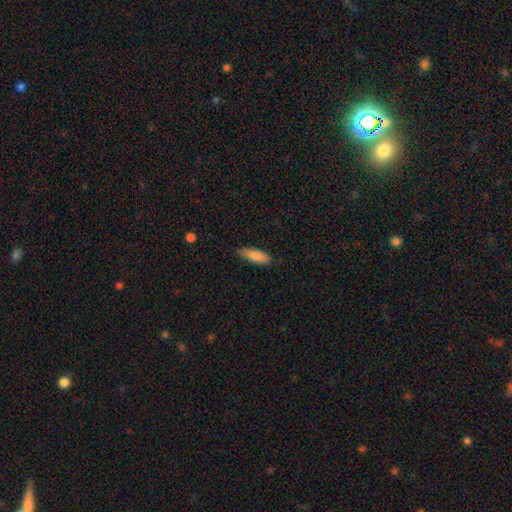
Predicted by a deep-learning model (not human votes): Smooth or featured?
  - smooth: 79% *
  - featured or disk: 15%
  - star or artifact: 6%
How rounded?
  - in between: 53% *
  - cigar-shaped: 45%
  - round: 2%
Merging?
  - none: 82% *
  - minor disturbance: 15%
  - major disturbance: 2%
  - merger: 1%